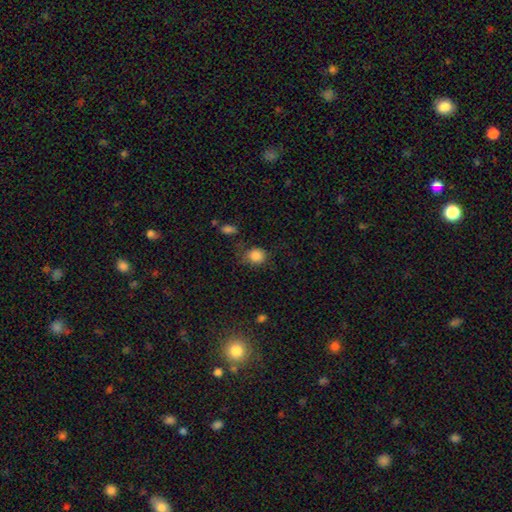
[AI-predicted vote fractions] A smooth galaxy with no disk features (85%) that is round (76%).

Vote fractions:
- Smooth or featured? smooth: 85% / star or artifact: 10% / featured or disk: 5%
- How rounded? round: 76% / in between: 23% / cigar-shaped: 1%
- Merging? none: 66% / minor disturbance: 23% / major disturbance: 8% / merger: 4%